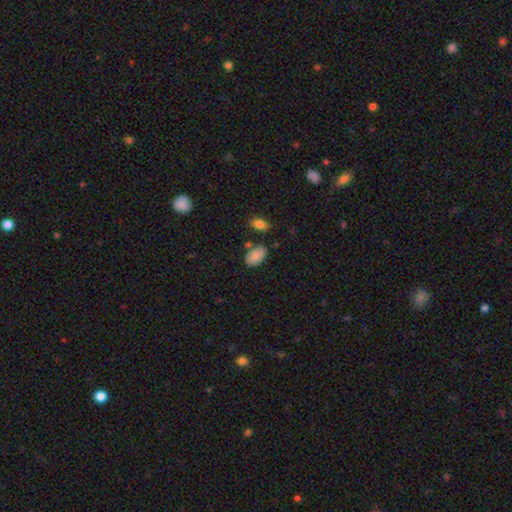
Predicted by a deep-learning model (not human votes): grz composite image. It shows a smooth galaxy with no disk features (86%) that is in between round and cigar-shaped (92%). Merging: none (71%).